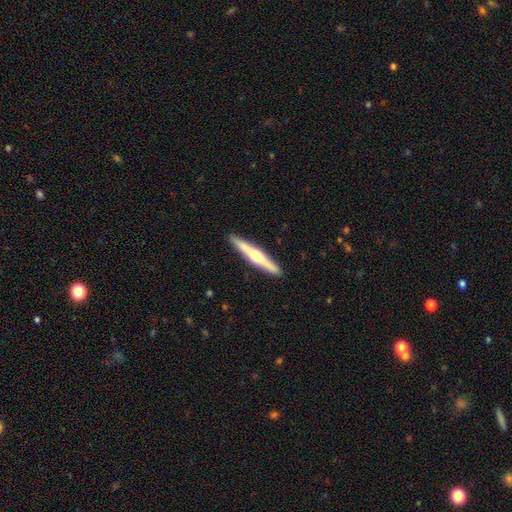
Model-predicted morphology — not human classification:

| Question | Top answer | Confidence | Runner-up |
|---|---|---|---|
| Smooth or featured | featured or disk | 63% | smooth (32%) |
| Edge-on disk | yes | 98% | no (2%) |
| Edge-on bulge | rounded | 84% | boxy (9%) |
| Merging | none | 91% | minor disturbance (6%) |